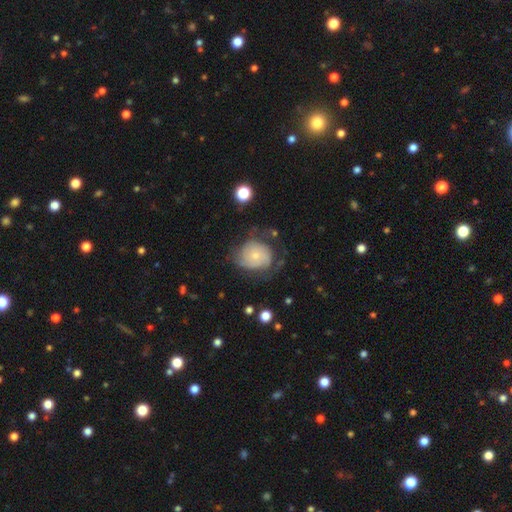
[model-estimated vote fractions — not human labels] smooth_or_featured: featured or disk (p=0.57) [alt: smooth p=0.36]
disk_edge_on: no (p=0.98) [alt: yes p=0.02]
bar: no (p=0.82) [alt: weak p=0.16]
has_spiral_arms: yes (p=0.81) [alt: no p=0.19]
bulge_size: small (p=0.68) [alt: moderate p=0.26]
merging: none (p=0.48) [alt: minor disturbance p=0.29]